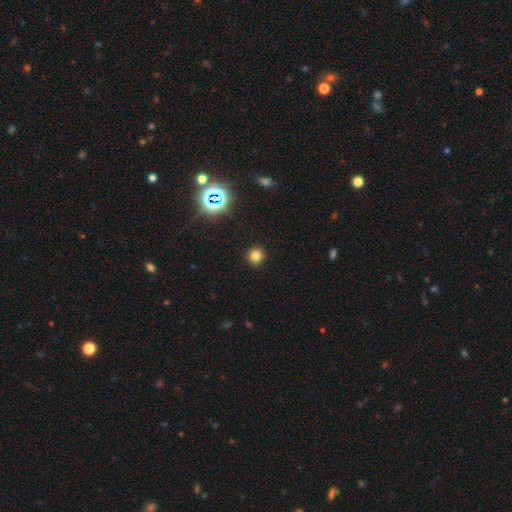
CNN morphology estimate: The model was most divided on "smooth or featured": smooth: 77%, star or artifact: 18%, featured or disk: 5%. More confident: how rounded — round (94%); merging — none (92%).